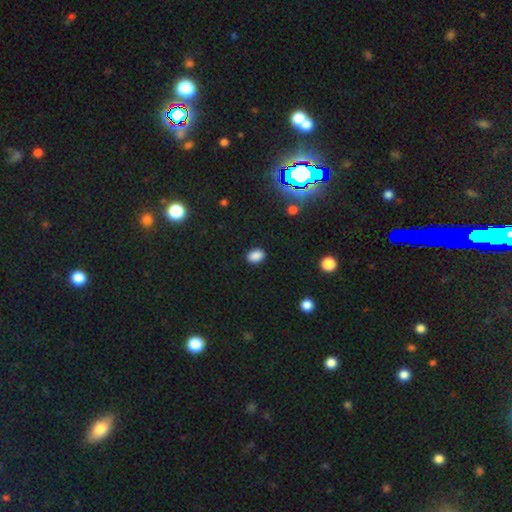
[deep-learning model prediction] smooth_or_featured: smooth (p=0.85) [alt: star or artifact p=0.11]
how_rounded: in between (p=0.76) [alt: round p=0.23]
merging: none (p=0.89) [alt: minor disturbance p=0.08]